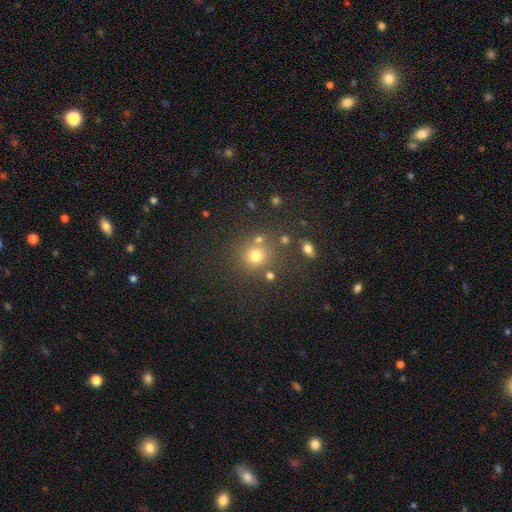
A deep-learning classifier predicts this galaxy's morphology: Smooth or featured? Predicted: smooth (p=0.72). How rounded? Predicted: round (p=0.89). Merging? Predicted: none (p=0.74).